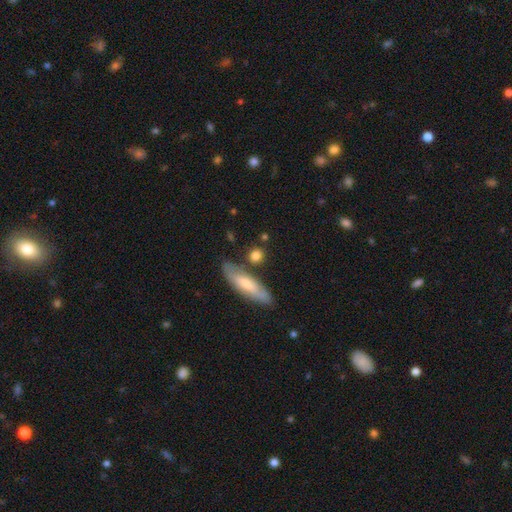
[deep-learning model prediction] Smooth or featured: smooth — 77% (featured or disk — 16%)
How rounded: round — 57% (in between — 22%)
Merging: none — 74% (minor disturbance — 13%)